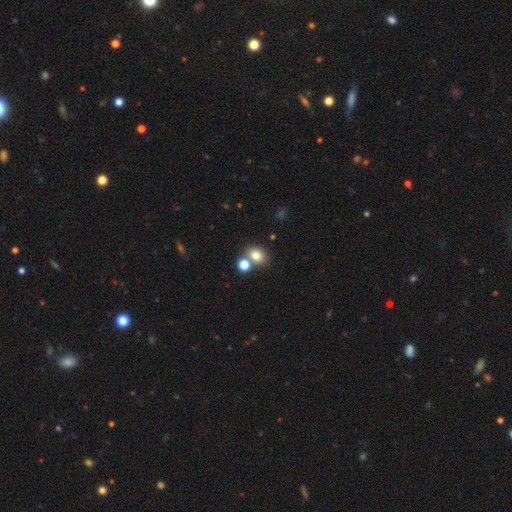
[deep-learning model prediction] Smooth or featured? Predicted: smooth (p=0.77). How rounded? Predicted: round (p=0.61). Merging? Predicted: none (p=0.60).